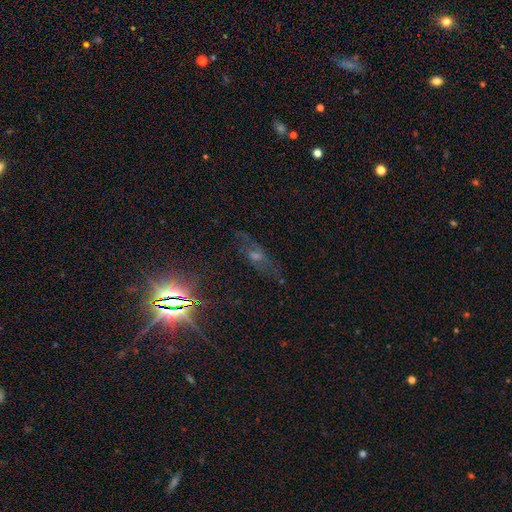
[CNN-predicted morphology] Smooth or featured: star or artifact — 42% (featured or disk — 36%)